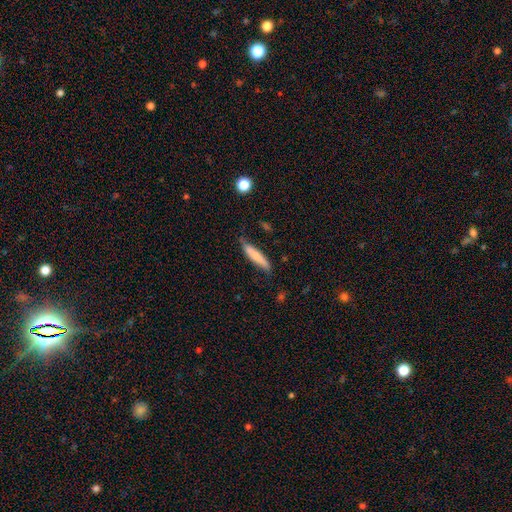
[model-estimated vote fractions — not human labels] Morphology: type=smooth (75%); roundness=cigar-shaped (86%); merging=none (71%).